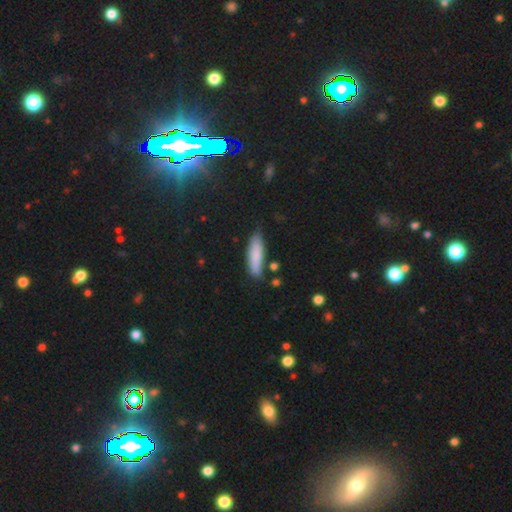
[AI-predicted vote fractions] Morphology: type=smooth (82%); roundness=cigar-shaped (67%); merging=none (79%).